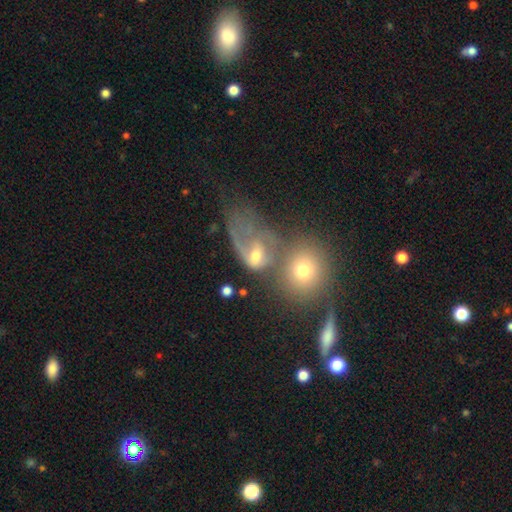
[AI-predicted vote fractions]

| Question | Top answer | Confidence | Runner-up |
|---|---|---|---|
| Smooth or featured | smooth | 43% | tied: featured or disk (43%) |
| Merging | merger | 51% | major disturbance (22%) |